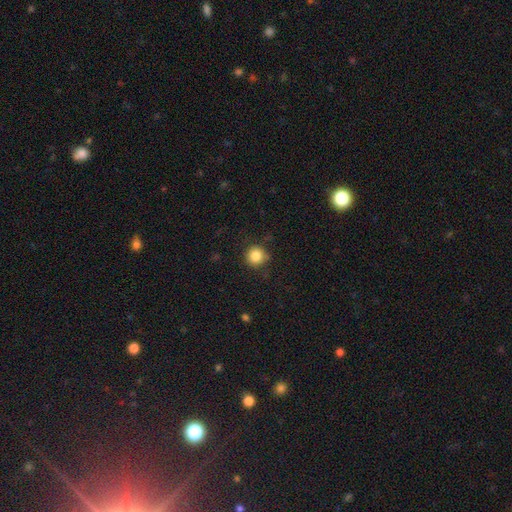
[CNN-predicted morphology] smooth 85%, star or artifact 11%, featured or disk 5%. Down the decision tree: how rounded — round (93%); merging — none (85%).